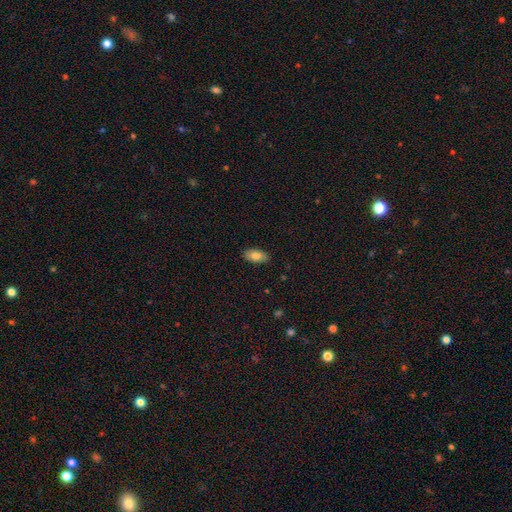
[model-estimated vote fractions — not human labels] This is likely a smooth galaxy (78%). How rounded: clearly in between (93%). Merging: clearly none (88%).